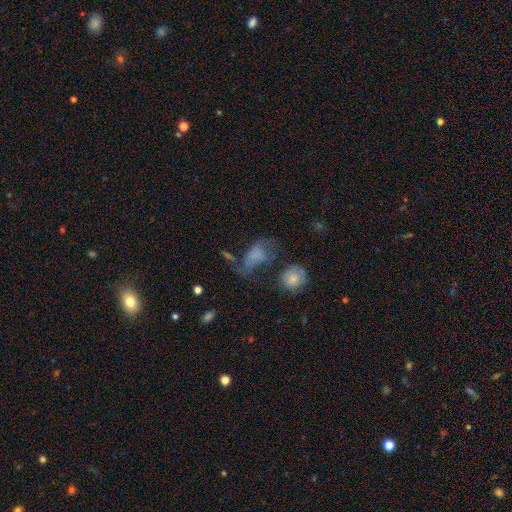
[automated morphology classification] Smooth or featured: smooth — 62% (featured or disk — 23%)
How rounded: in between — 82% (round — 14%)
Merging: none — 33% (major disturbance — 30%)